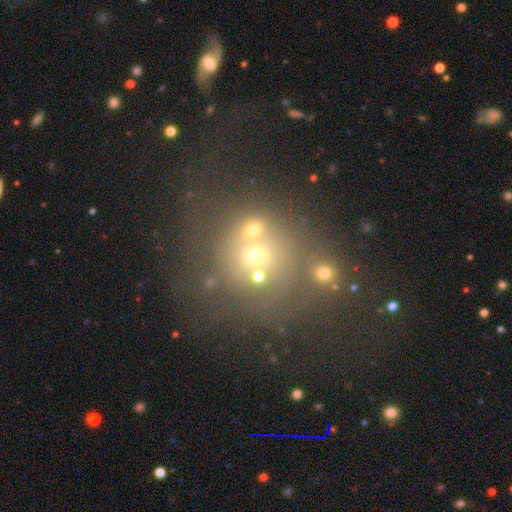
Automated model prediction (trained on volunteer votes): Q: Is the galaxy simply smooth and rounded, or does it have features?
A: smooth — 45%.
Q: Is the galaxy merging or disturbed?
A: none — 44%.